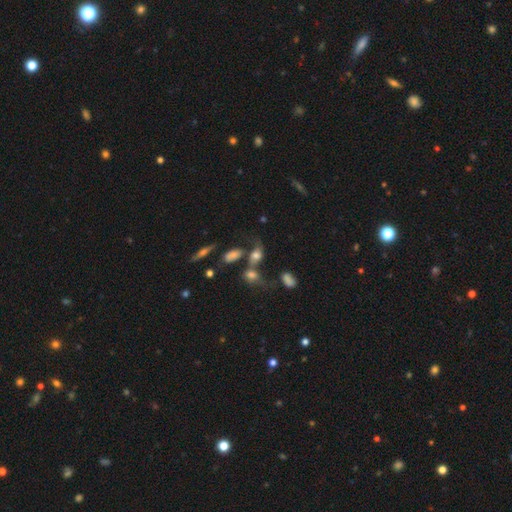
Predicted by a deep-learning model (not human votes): Morphology: type=smooth (55%); roundness=in between (70%); merging=merger (34%).